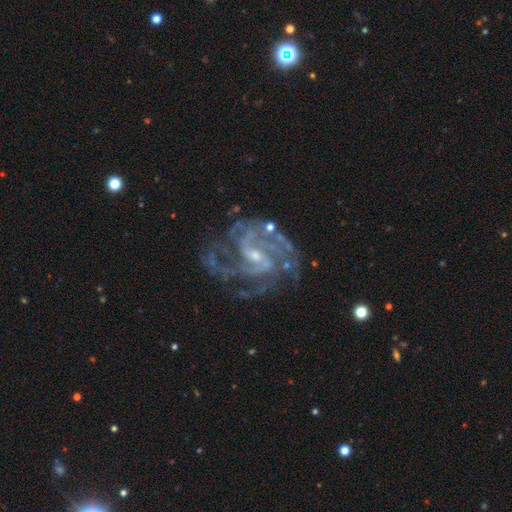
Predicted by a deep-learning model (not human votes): featured or disk 92%, star or artifact 6%, smooth 3%. Down the decision tree: edge-on disk — no (98%); bar — weak (55%); spiral arms — yes (98%); spiral arm count — 2 (28%); spiral winding — medium (51%); bulge size — small (67%); merging — none (66%).